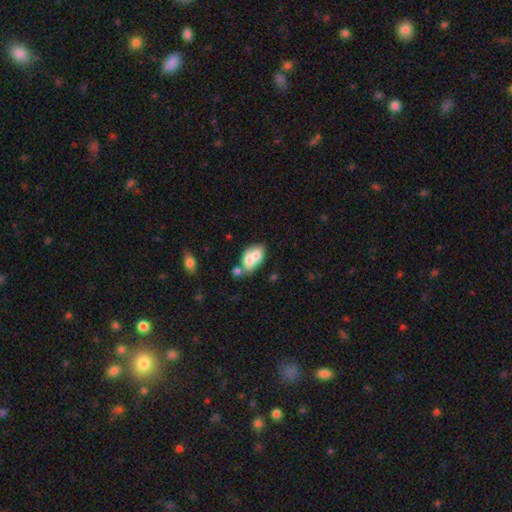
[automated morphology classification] The model was most divided on "merging": merger: 57%, none: 26%, minor disturbance: 12%, major disturbance: 6%. More confident: how rounded — in between (84%); smooth or featured — smooth (66%).